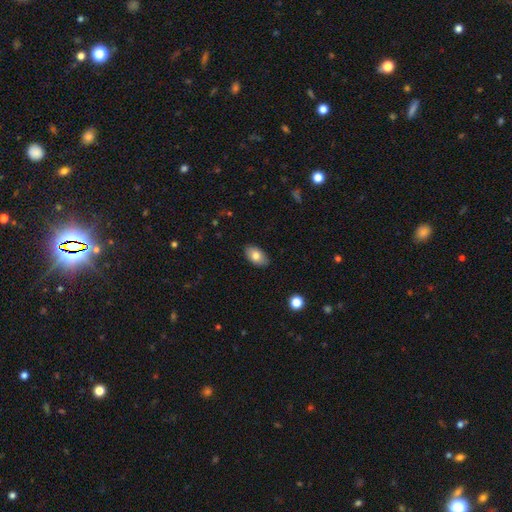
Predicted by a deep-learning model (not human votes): smooth_or_featured: smooth (p=0.79) [alt: featured or disk p=0.14]
how_rounded: in between (p=0.93) [alt: round p=0.06]
merging: none (p=0.87) [alt: minor disturbance p=0.10]